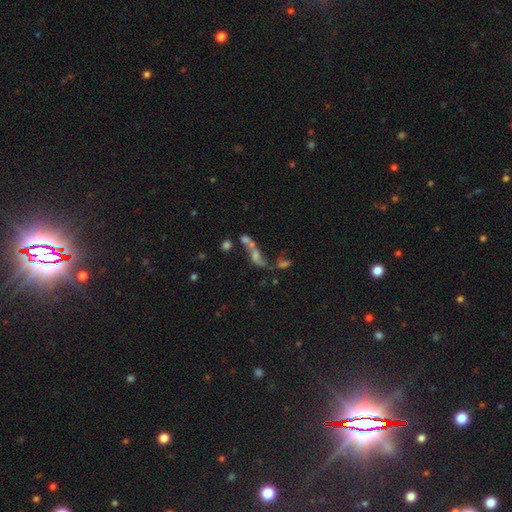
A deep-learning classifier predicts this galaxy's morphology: smooth 42%, featured or disk 40%, star or artifact 18%. Down the decision tree: merging — merger (47%).